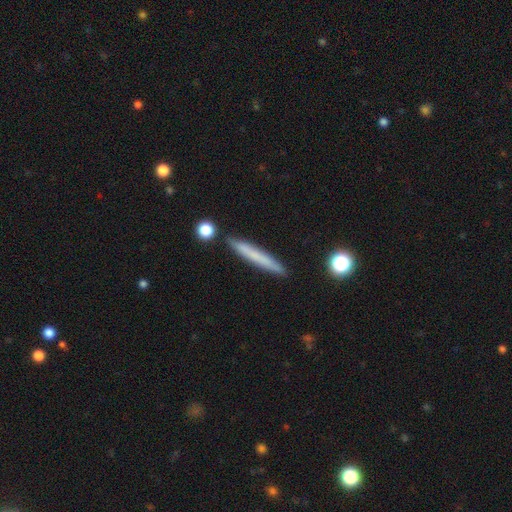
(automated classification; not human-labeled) This is likely a smooth galaxy (64%). How rounded: clearly cigar-shaped (96%). Merging: clearly none (88%).